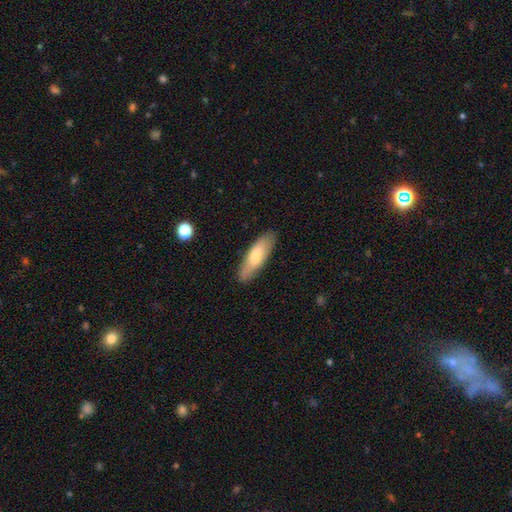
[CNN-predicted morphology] Smooth or featured: smooth — 69% (featured or disk — 25%)
How rounded: cigar-shaped — 50% (in between — 48%)
Merging: none — 86% (minor disturbance — 11%)